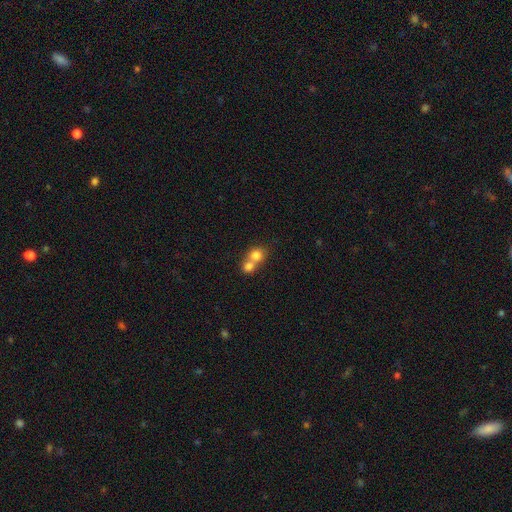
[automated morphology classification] Smooth or featured? Predicted: smooth (p=0.78). How rounded? Predicted: round (p=0.79). Merging? Predicted: merger (p=0.65).